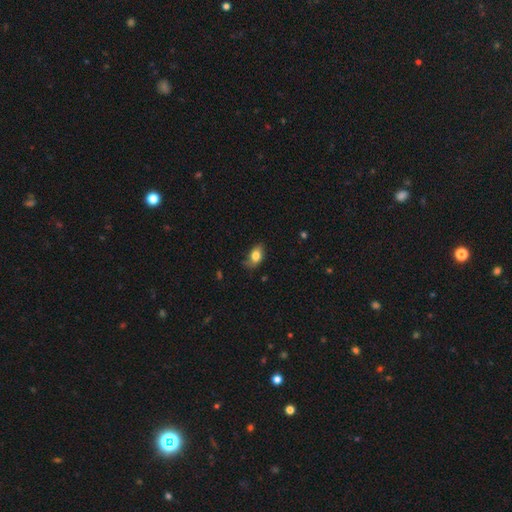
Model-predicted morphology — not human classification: A smooth galaxy with no disk features (79%) that is in between round and cigar-shaped (87%). Merging: none (65%).